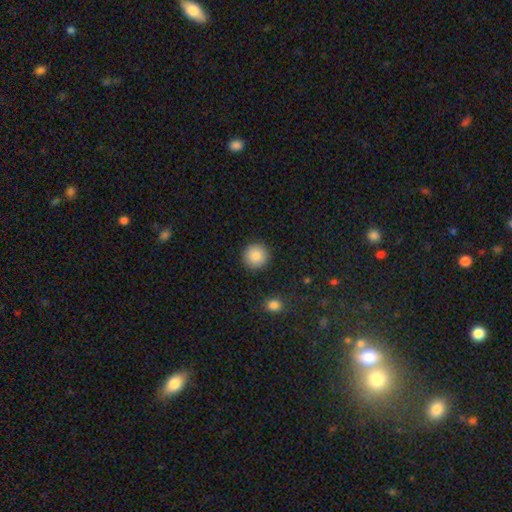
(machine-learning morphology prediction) Overall: smooth (86%). How rounded: round (95%). Merging: none (92%).